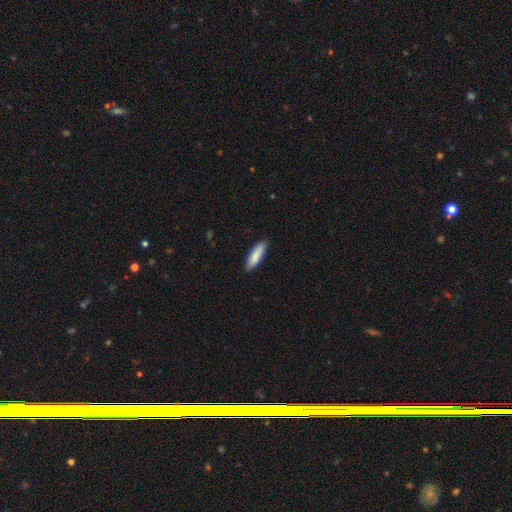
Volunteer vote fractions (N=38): Smooth or featured?
  - smooth: 84% *
  - featured or disk: 11%
  - star or artifact: 5%
How rounded?
  - cigar-shaped: 75% *
  - in between: 25%
  - round: 0%
Merging?
  - none: 92% *
  - minor disturbance: 8%
  - major disturbance: 0%
  - merger: 0%